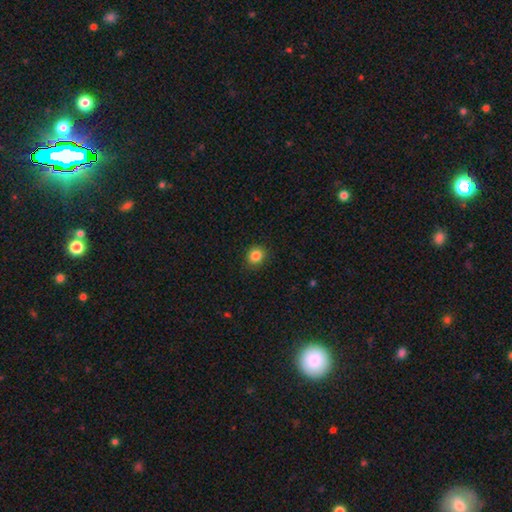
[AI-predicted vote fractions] Overall: smooth (85%). How rounded: round (79%). Merging: none (89%).